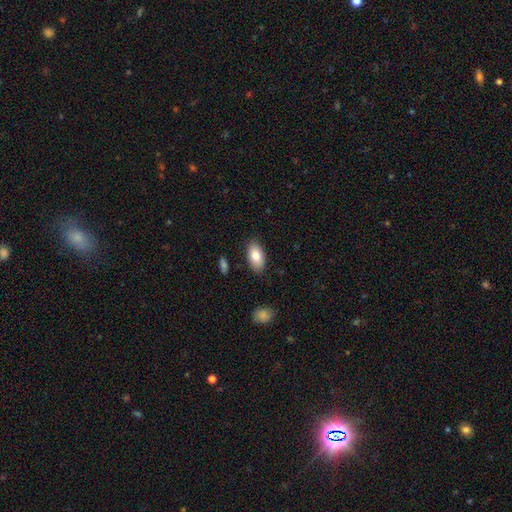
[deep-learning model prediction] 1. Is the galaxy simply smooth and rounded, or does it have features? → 82% smooth, 11% featured or disk, 7% star or artifact.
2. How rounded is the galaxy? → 93% in between, 4% cigar-shaped, 3% round.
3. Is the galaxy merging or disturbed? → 85% none, 11% minor disturbance, 2% major disturbance, 2% merger.